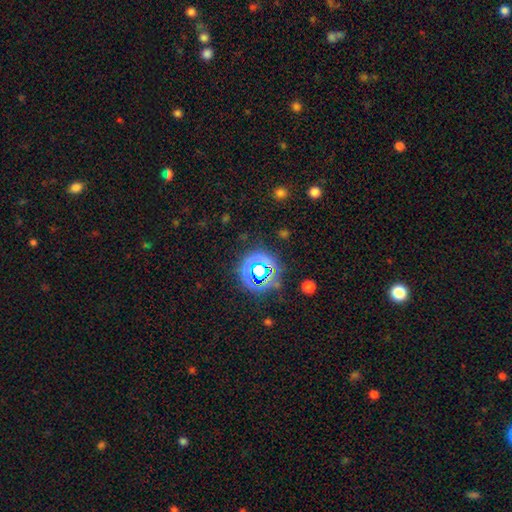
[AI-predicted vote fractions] Q: Smooth or featured?
A: star or artifact (72%); runner-up: smooth (20%)